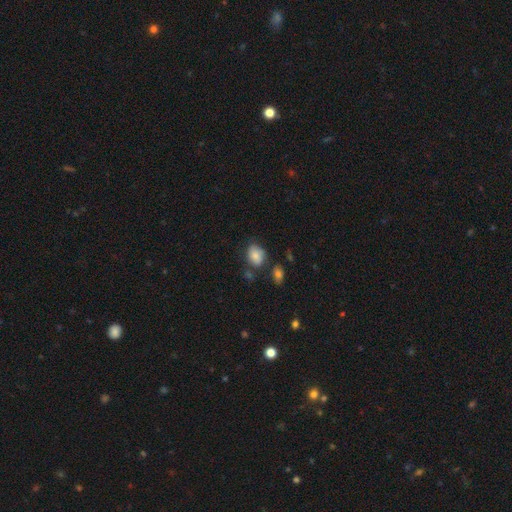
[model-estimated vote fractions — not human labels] smooth-or-featured: smooth: 79% | featured or disk: 12% | star or artifact: 9%
  how-rounded: in between: 66% | round: 33% | cigar-shaped: 1%
  merging: none: 58% | minor disturbance: 26% | merger: 9% | major disturbance: 8%